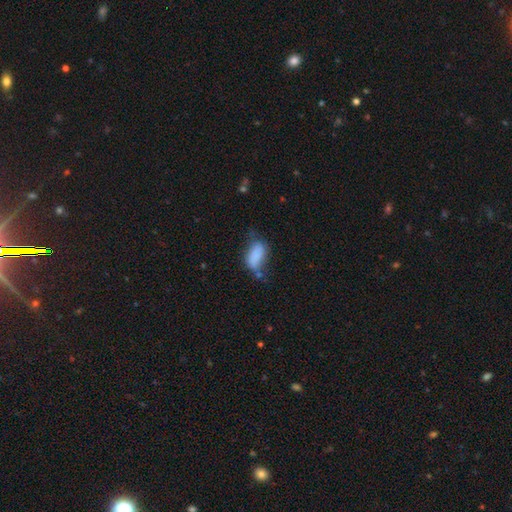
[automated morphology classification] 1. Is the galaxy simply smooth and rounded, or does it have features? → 80% smooth, 12% featured or disk, 9% star or artifact.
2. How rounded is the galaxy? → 91% in between, 6% cigar-shaped, 4% round.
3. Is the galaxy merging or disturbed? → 39% none, 33% minor disturbance, 19% major disturbance, 9% merger.